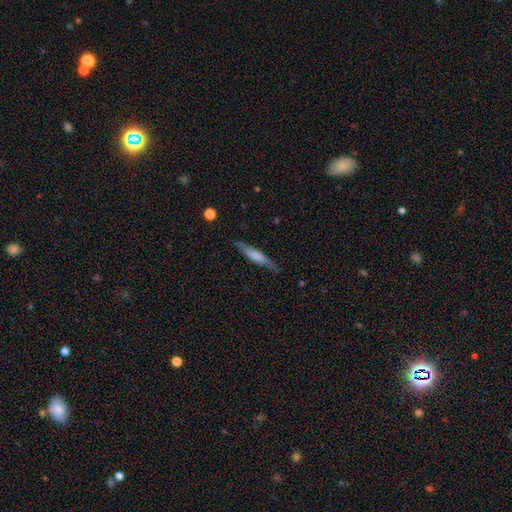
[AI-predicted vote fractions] Smooth or featured? smooth (60%)
How rounded? cigar-shaped (91%)
Merging? none (83%)